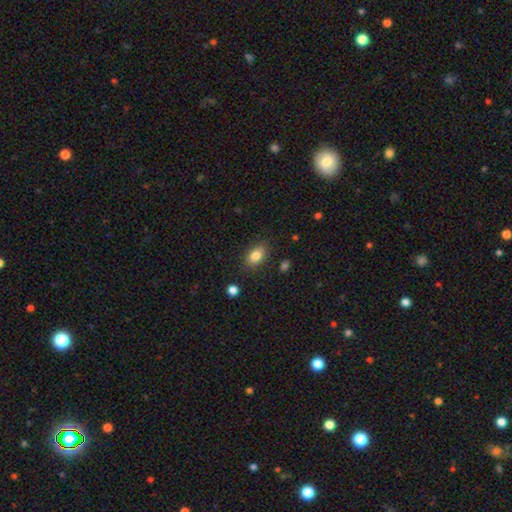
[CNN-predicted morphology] Smooth or featured?
  - smooth: 83% *
  - star or artifact: 9%
  - featured or disk: 8%
How rounded?
  - in between: 82% *
  - round: 16%
  - cigar-shaped: 2%
Merging?
  - none: 85% *
  - minor disturbance: 11%
  - major disturbance: 3%
  - merger: 2%